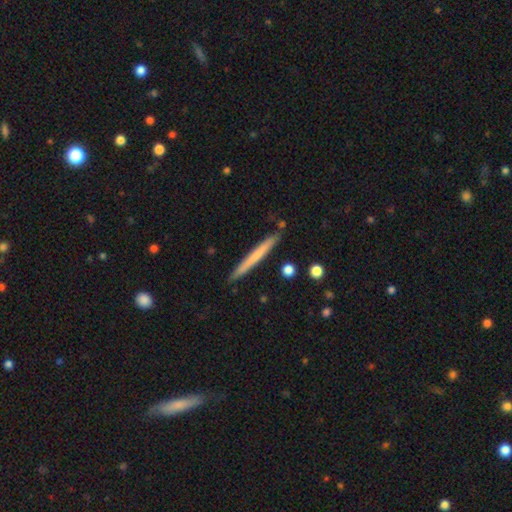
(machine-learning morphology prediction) Q: Smooth or featured?
A: smooth (59%); runner-up: featured or disk (35%)
Q: How rounded?
A: cigar-shaped (97%); runner-up: in between (2%)
Q: Merging?
A: none (88%); runner-up: minor disturbance (9%)